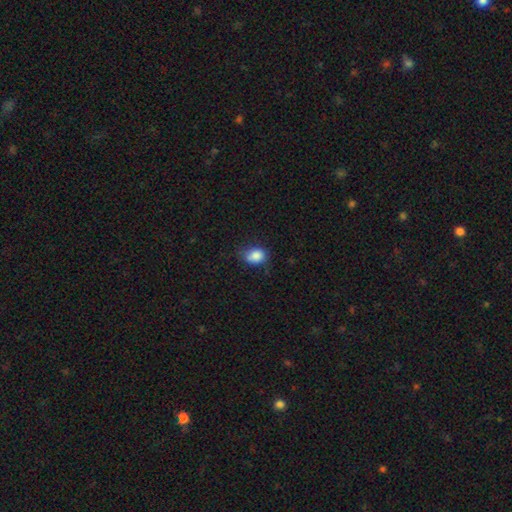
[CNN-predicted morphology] A smooth galaxy with no disk features (85%) that is in between round and cigar-shaped (63%).

Vote fractions:
- Smooth or featured? smooth: 85% / star or artifact: 9% / featured or disk: 6%
- How rounded? in between: 63% / round: 36% / cigar-shaped: 1%
- Merging? none: 61% / minor disturbance: 30% / major disturbance: 7% / merger: 2%